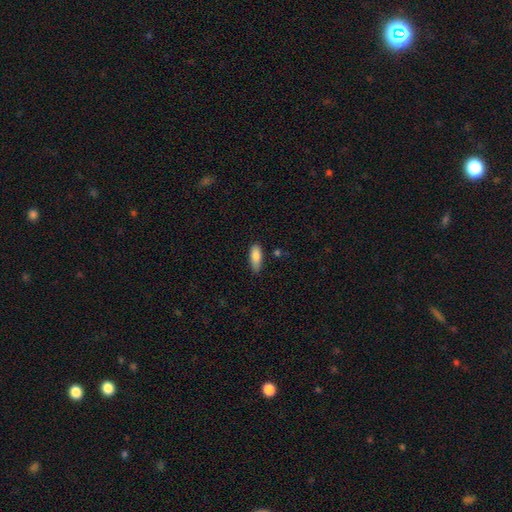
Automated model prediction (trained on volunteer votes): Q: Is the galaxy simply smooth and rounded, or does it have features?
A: smooth — 86%.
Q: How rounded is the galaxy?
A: in between — 71%.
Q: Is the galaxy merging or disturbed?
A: none — 69%.